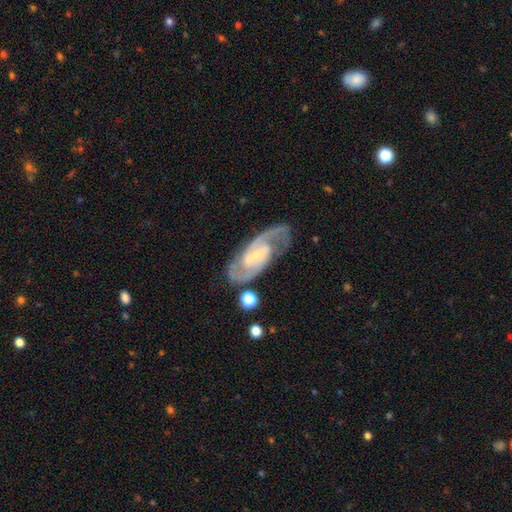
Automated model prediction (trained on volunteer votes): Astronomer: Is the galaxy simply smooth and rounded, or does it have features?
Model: featured or disk — 89%.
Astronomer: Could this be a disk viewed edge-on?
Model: no — 95%.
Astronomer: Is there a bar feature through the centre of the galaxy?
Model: weak — 46% (runner-up: strong, 29%).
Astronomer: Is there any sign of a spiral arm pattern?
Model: yes — 97%.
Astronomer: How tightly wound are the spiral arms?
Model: medium — 55% (runner-up: tight, 32%).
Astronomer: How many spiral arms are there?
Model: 2 — 89%.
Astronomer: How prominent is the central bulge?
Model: small — 71%.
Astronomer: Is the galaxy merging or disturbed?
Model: none — 77%.